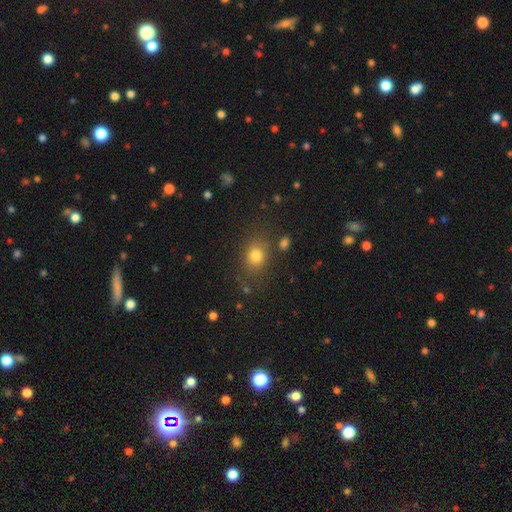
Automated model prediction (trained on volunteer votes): Overall: smooth (78%). How rounded: round (50%; in between 48%). Merging: none (77%).